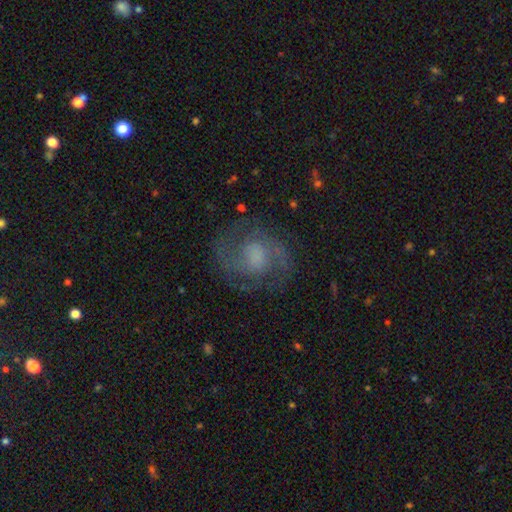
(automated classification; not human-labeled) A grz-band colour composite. It shows a featured or disk galaxy (79%) with no bar (48%), 2 (86%) medium (56%) spiral arms (94%) and no central bulge (29%). Merging: none (78%).